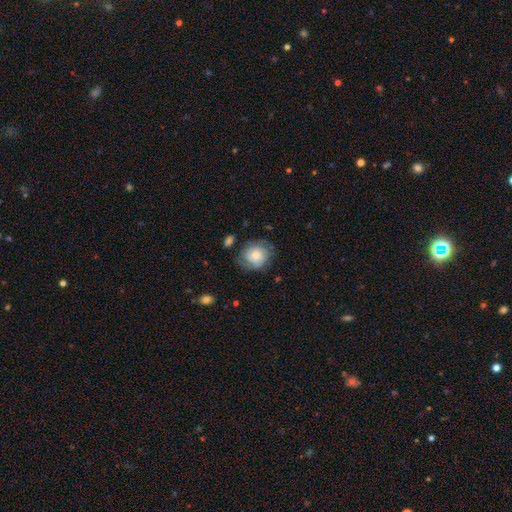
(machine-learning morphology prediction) smooth-or-featured: smooth: 49% | featured or disk: 43% | star or artifact: 8%
  merging: none: 62% | minor disturbance: 24% | major disturbance: 11% | merger: 2%